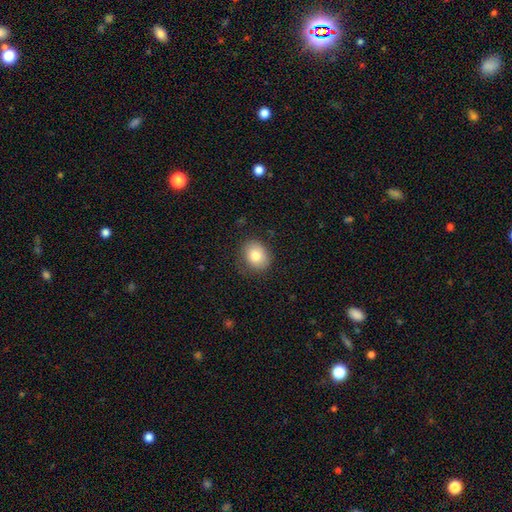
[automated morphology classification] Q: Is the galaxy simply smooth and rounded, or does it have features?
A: smooth — 80%.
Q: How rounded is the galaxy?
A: round — 61%.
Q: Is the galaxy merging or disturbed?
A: none — 80%.